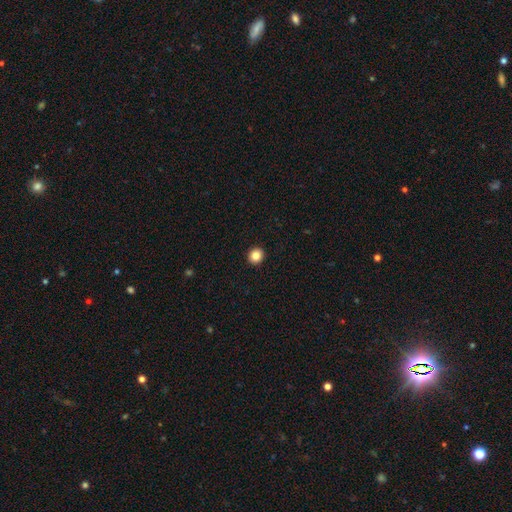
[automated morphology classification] Overall: smooth (85%). How rounded: round (88%). Merging: none (94%).